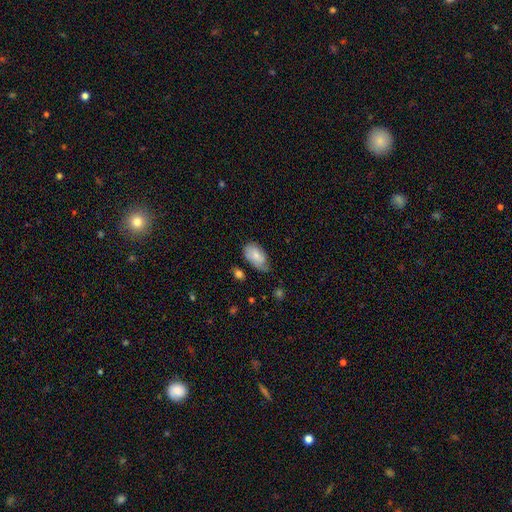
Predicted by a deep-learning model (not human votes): smooth 72%, featured or disk 21%, star or artifact 7%. Down the decision tree: how rounded — in between (93%); merging — none (47%).